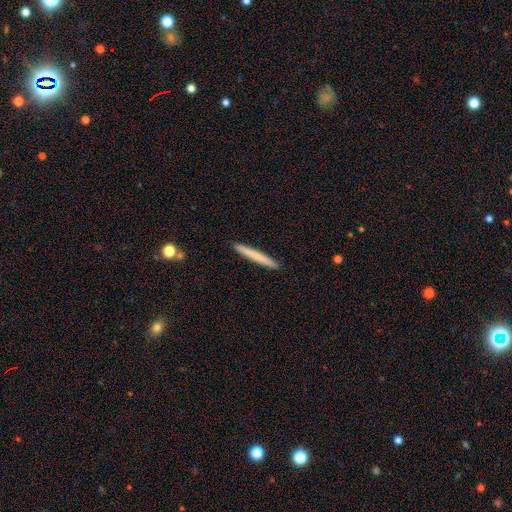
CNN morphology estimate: smooth-or-featured: smooth: 71% | featured or disk: 24% | star or artifact: 6%
  how-rounded: cigar-shaped: 97% | in between: 2% | round: 1%
  merging: none: 93% | minor disturbance: 5% | major disturbance: 1% | merger: 1%